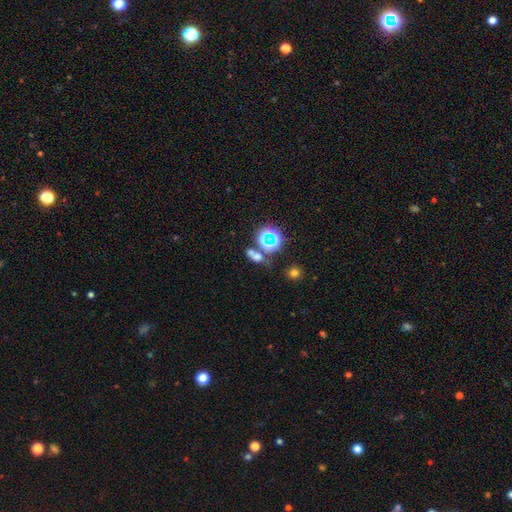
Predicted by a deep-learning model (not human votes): Morphology: type=smooth (50%); roundness=in between (55%); merging=none (50%).